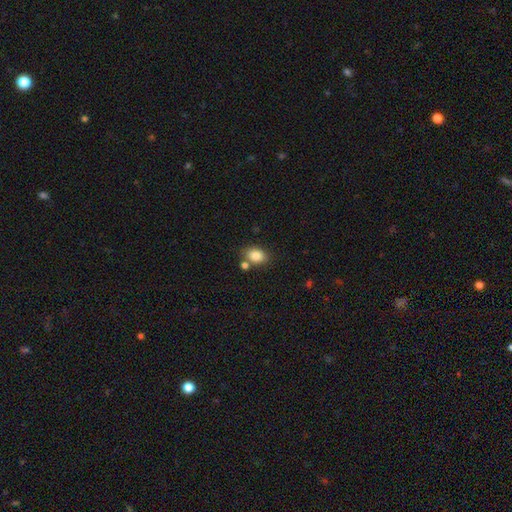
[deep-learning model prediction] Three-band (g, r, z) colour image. It shows a smooth galaxy with no disk features (84%) that is in between round and cigar-shaped (74%). Merging: none (69%).